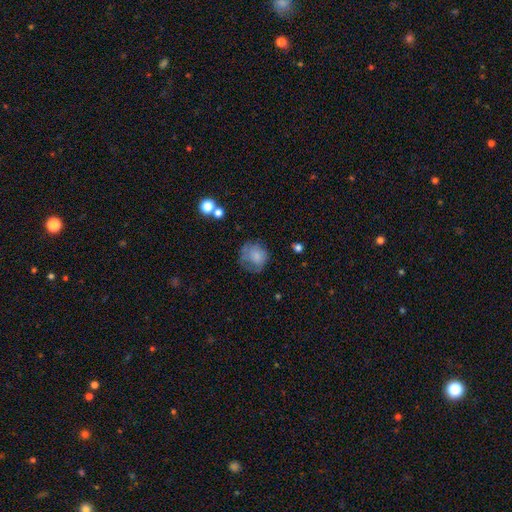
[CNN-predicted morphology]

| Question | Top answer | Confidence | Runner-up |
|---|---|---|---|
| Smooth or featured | smooth | 74% | featured or disk (17%) |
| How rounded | round | 78% | in between (21%) |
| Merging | none | 54% | minor disturbance (27%) |